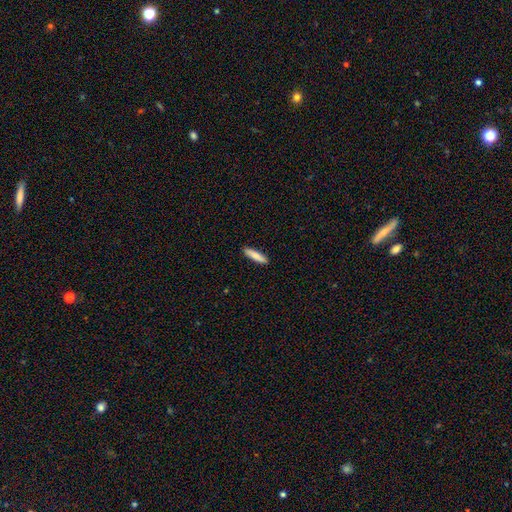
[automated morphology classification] Smooth or featured?
  - smooth: 78% *
  - featured or disk: 17%
  - star or artifact: 6%
How rounded?
  - cigar-shaped: 80% *
  - in between: 19%
  - round: 2%
Merging?
  - none: 91% *
  - minor disturbance: 6%
  - major disturbance: 1%
  - merger: 1%